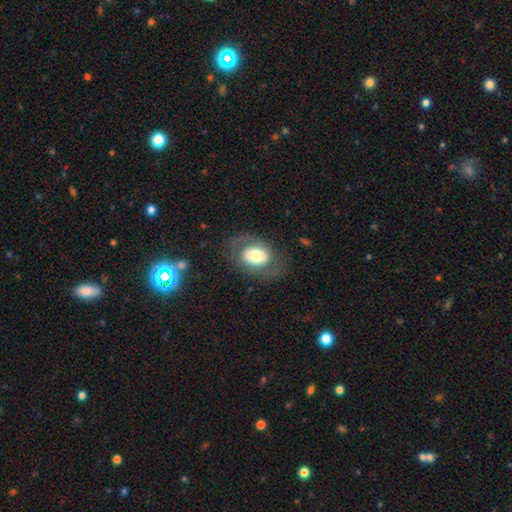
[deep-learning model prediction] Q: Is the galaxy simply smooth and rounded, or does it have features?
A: featured or disk — 47%.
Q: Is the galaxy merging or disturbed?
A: none — 72%.